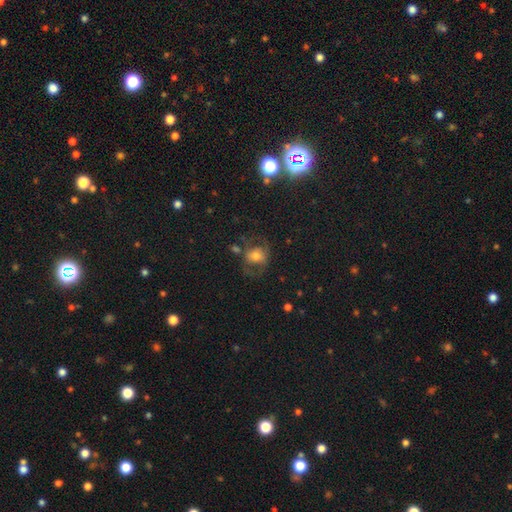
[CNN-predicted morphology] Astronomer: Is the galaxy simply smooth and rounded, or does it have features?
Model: smooth — 53% (runner-up: featured or disk, 36%).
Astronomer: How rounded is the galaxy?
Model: round — 58% (runner-up: in between, 41%).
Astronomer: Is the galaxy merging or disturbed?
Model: none — 48% (runner-up: major disturbance, 26%).